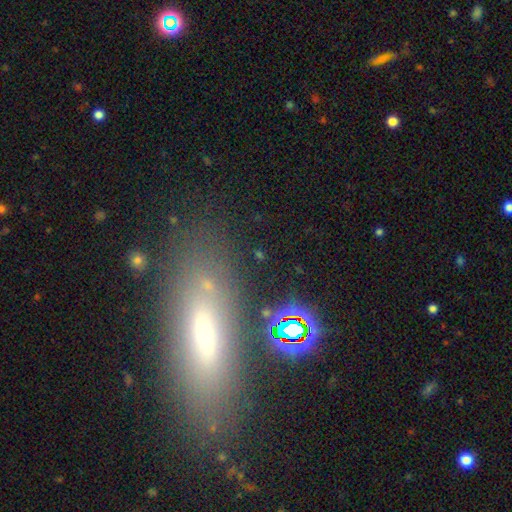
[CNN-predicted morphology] A smooth galaxy with no disk features (51%) that is cigar-shaped (48%). Merging: none (76%).